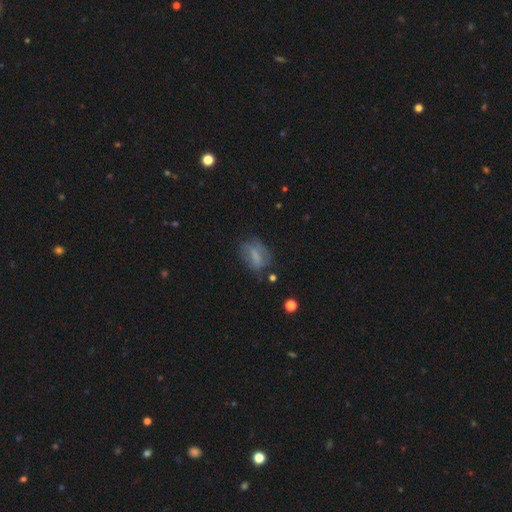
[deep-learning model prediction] smooth 60%, featured or disk 29%, star or artifact 12%. Down the decision tree: how rounded — in between (74%); merging — none (57%).